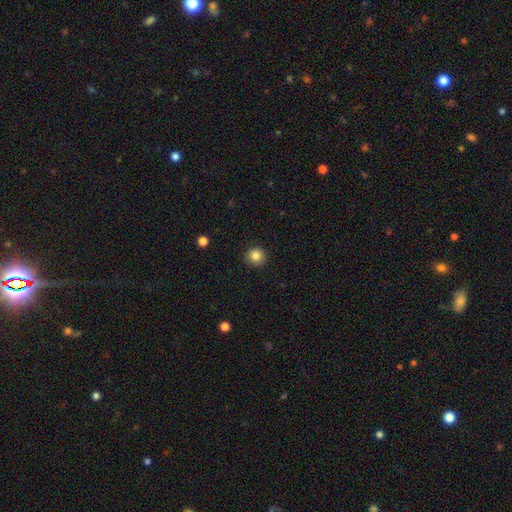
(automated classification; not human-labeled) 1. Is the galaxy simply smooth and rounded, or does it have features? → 84% smooth, 11% star or artifact, 5% featured or disk.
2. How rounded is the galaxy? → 94% round, 5% in between, 1% cigar-shaped.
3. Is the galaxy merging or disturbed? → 91% none, 6% minor disturbance, 2% major disturbance, 1% merger.